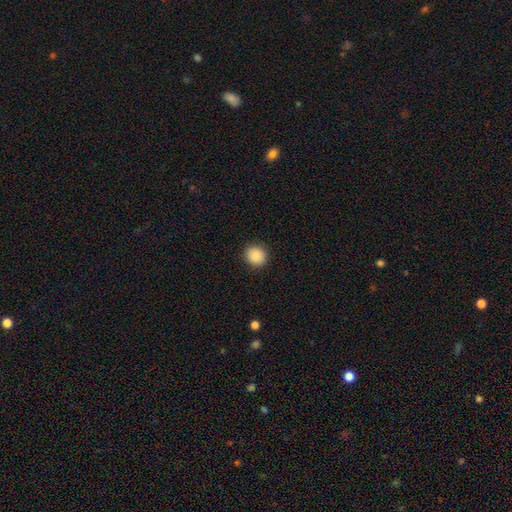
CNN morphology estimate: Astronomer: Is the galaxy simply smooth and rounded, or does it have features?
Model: smooth — 88%.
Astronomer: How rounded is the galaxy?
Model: round — 85%.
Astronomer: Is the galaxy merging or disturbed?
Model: none — 91%.